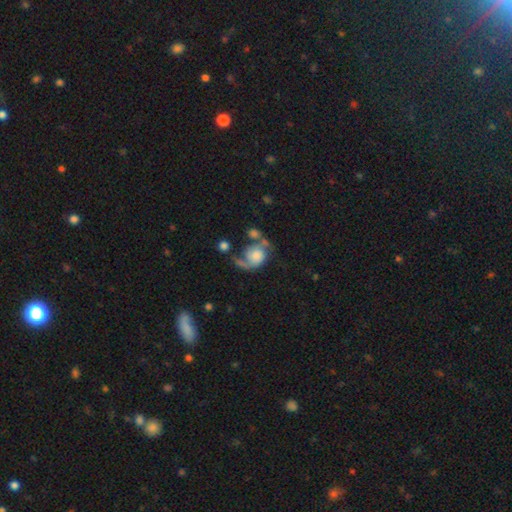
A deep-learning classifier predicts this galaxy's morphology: Smooth or featured? featured or disk (69%)
Edge-on disk? no (98%)
Bar? no (75%)
Spiral arms? yes (90%)
Spiral winding? loose (46%)
Spiral arm count? 2 (63%)
Bulge size? moderate (26%, tied with large)
Merging? none (35%)